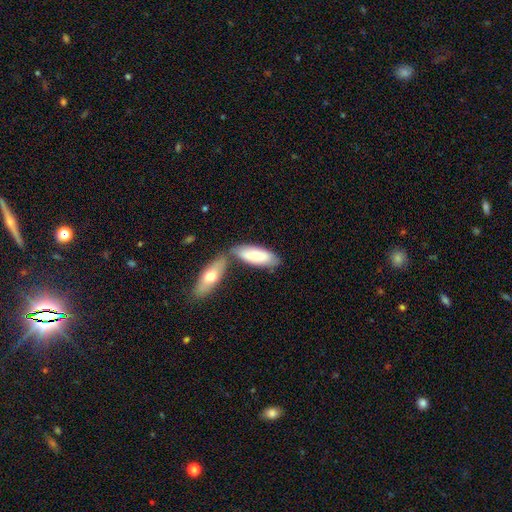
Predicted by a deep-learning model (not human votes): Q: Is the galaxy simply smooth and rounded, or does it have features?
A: smooth — 75%.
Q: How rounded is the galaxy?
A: in between — 68%.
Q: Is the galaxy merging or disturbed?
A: none — 47%.